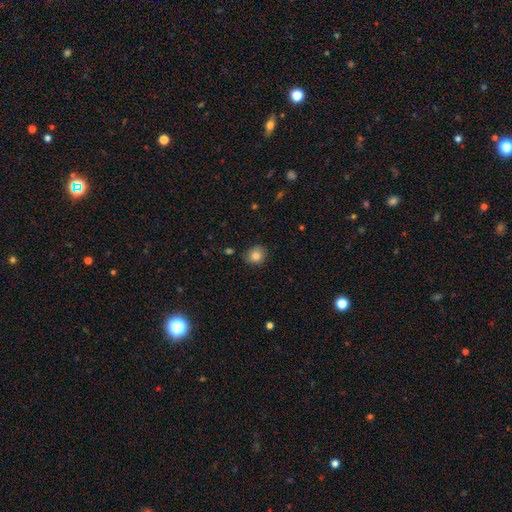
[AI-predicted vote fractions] This appears to be a smooth galaxy with no disk features (82%) that is round (75%). Merging: none (80%).